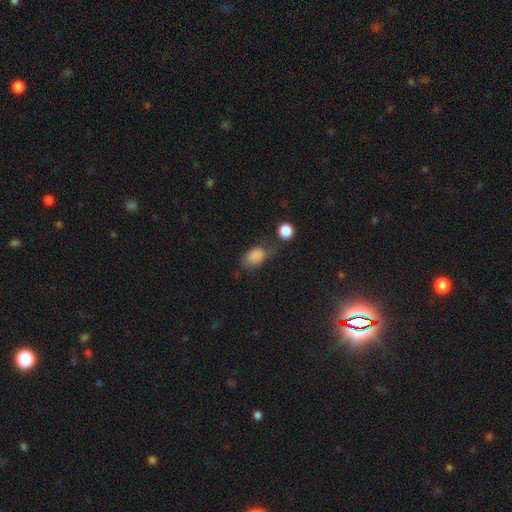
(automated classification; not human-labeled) smooth_or_featured: smooth (p=0.83) [alt: star or artifact p=0.10]
how_rounded: in between (p=0.85) [alt: round p=0.13]
merging: none (p=0.49) [alt: minor disturbance p=0.28]